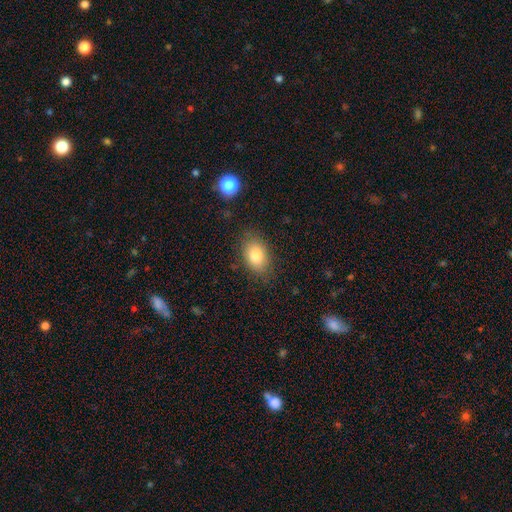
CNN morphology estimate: type=smooth (79%); roundness=in between (81%); merging=none (82%).